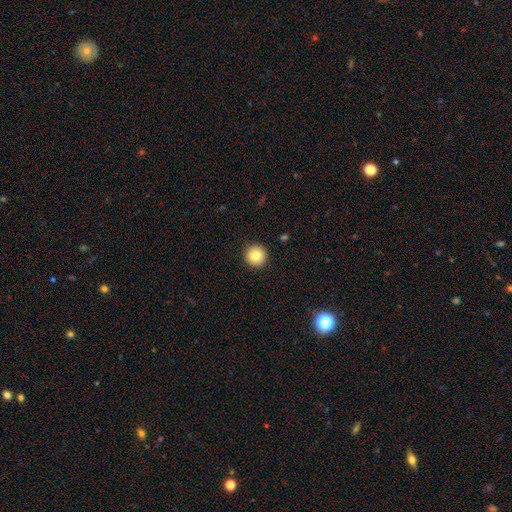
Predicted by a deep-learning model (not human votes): Smooth or featured: smooth — 82% (star or artifact — 9%)
How rounded: round — 96% (in between — 3%)
Merging: none — 92% (minor disturbance — 5%)